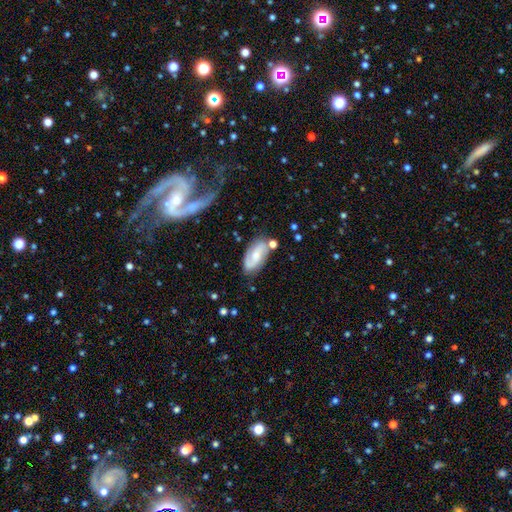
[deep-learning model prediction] smooth-or-featured: featured or disk: 64% | smooth: 30% | star or artifact: 6%
  disk-edge-on: no: 94% | yes: 6%
    bar: no: 48% | weak: 39% | strong: 13%
    has-spiral-arms: yes: 91% | no: 9%
      spiral-winding: medium: 43% | loose: 32% | tight: 25%
      spiral-arm-count: 2: 84% | can't tell: 9% | 1: 4% | 3: 2% | 4: 1% | more than 4: 1%
    bulge-size: small: 47% | moderate: 40% | none: 7% | large: 4% | dominant: 1%
  merging: none: 72% | minor disturbance: 17% | merger: 7% | major disturbance: 5%